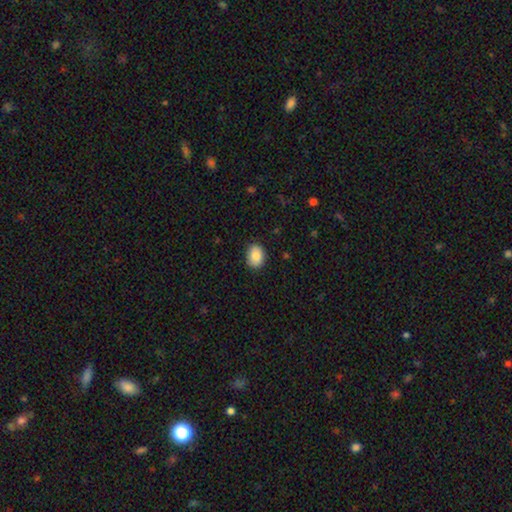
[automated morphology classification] A smooth galaxy with no disk features (86%) that is in between round and cigar-shaped (64%). Merging: none (87%).